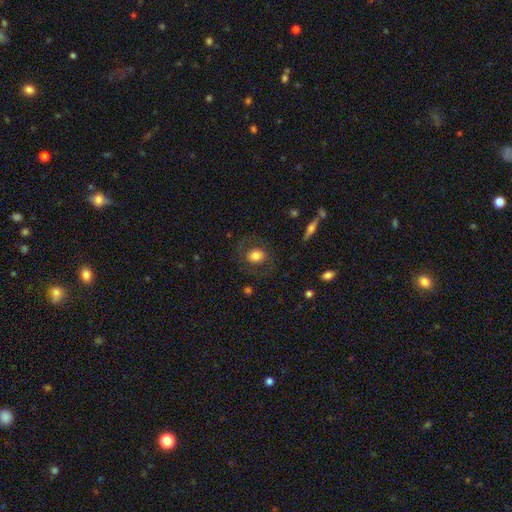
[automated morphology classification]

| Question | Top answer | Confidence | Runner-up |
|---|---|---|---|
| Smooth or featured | smooth | 61% | featured or disk (30%) |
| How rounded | round | 50% | in between (48%) |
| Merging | none | 73% | minor disturbance (14%) |